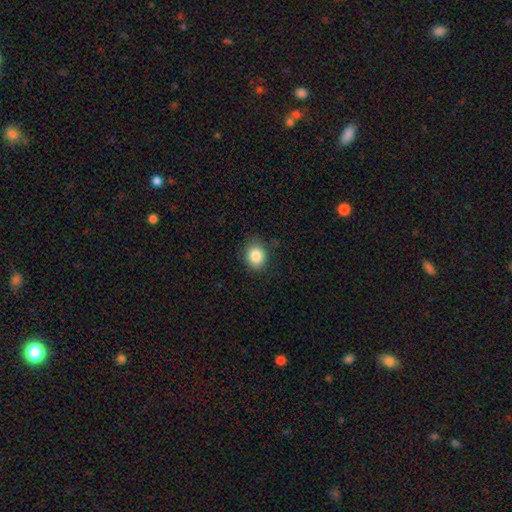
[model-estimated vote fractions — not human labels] smooth_or_featured: smooth (p=0.84) [alt: star or artifact p=0.09]
how_rounded: round (p=0.57) [alt: in between p=0.42]
merging: none (p=0.83) [alt: minor disturbance p=0.13]